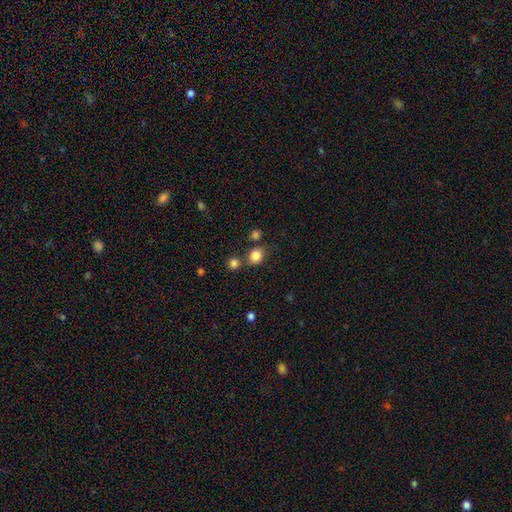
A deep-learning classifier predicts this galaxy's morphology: Q: Smooth or featured?
A: smooth (84%); runner-up: star or artifact (11%)
Q: How rounded?
A: round (73%); runner-up: in between (26%)
Q: Merging?
A: none (70%); runner-up: merger (14%)